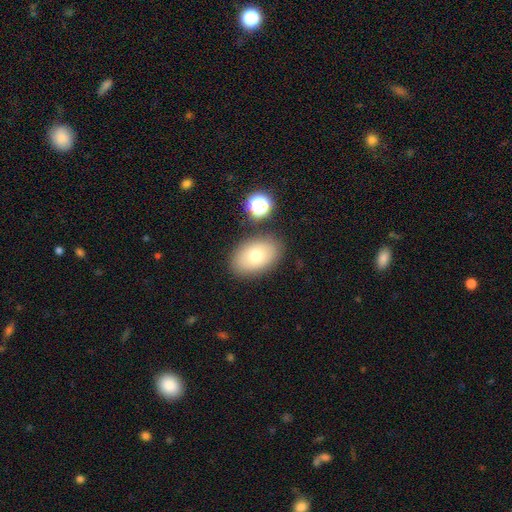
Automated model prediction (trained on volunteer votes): Smooth or featured? Predicted: smooth (p=0.73). How rounded? Predicted: in between (p=0.85). Merging? Predicted: none (p=0.82).